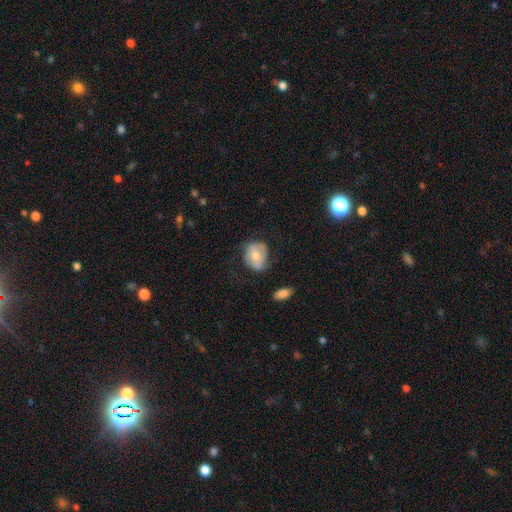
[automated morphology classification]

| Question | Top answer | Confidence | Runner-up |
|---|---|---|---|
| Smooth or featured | smooth | 59% | featured or disk (33%) |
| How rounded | round | 57% | in between (42%) |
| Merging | none | 58% | minor disturbance (27%) |